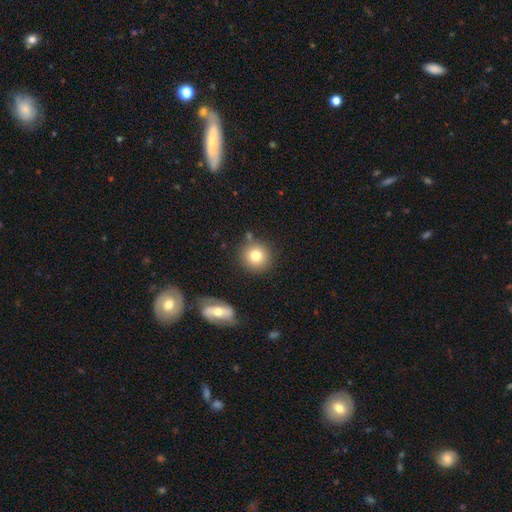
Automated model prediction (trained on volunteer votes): A smooth galaxy with no disk features (79%) that is round (91%). Merging: none (79%).